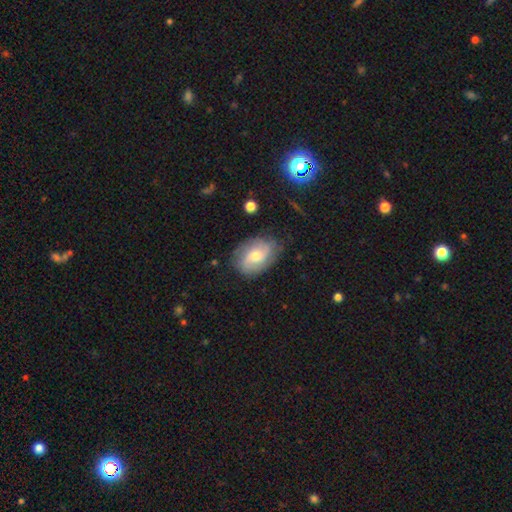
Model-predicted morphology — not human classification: A featured or disk galaxy (61%) with no bar (62%), 2 (61%) medium (41%) spiral arms (88%) and a moderate central bulge (55%). Merging: none (76%).